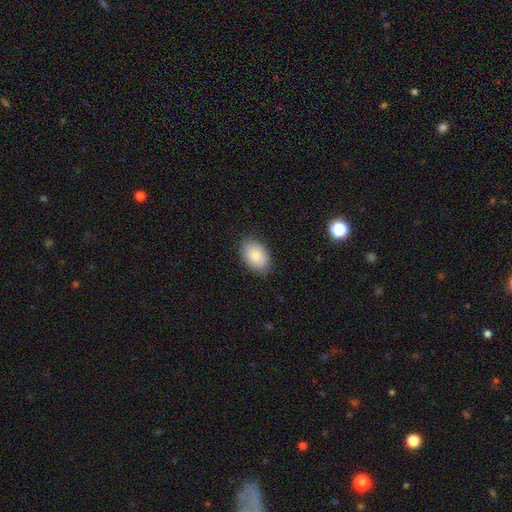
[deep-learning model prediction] A smooth galaxy with no disk features (83%) that is in between round and cigar-shaped (87%). Merging: none (85%).